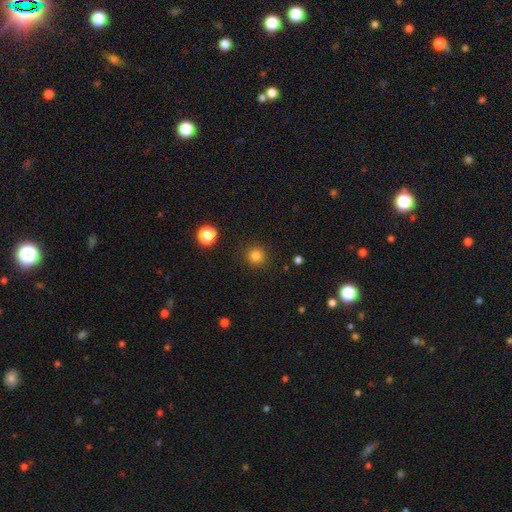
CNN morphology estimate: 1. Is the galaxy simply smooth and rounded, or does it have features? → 83% smooth, 13% star or artifact, 4% featured or disk.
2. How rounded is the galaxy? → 94% round, 5% in between, 1% cigar-shaped.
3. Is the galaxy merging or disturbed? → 90% none, 6% minor disturbance, 2% major disturbance, 1% merger.